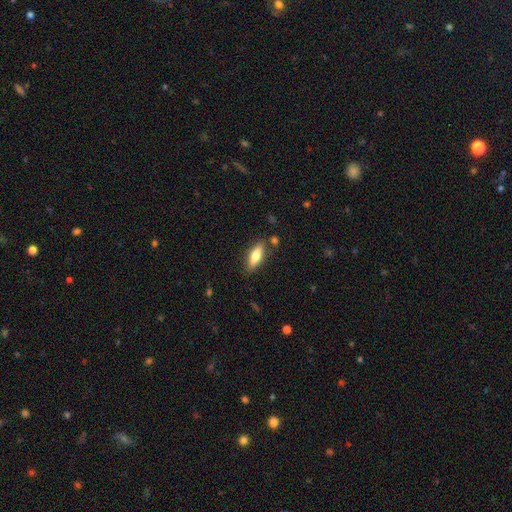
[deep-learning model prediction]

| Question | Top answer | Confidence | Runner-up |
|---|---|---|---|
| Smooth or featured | smooth | 67% | featured or disk (26%) |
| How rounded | in between | 54% | cigar-shaped (43%) |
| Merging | none | 83% | minor disturbance (12%) |